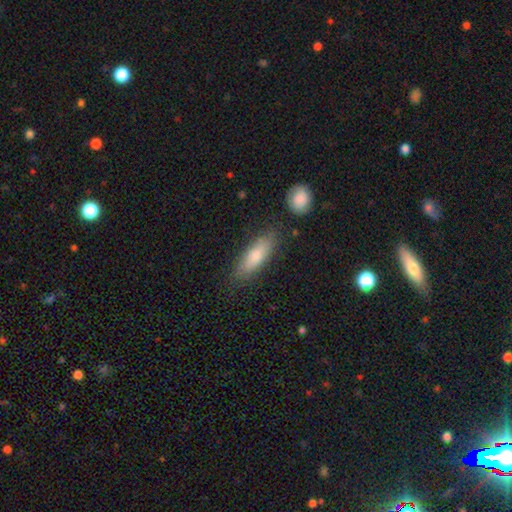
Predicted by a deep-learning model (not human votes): smooth 77%, featured or disk 17%, star or artifact 6%. Down the decision tree: how rounded — cigar-shaped (50%); merging — none (77%).